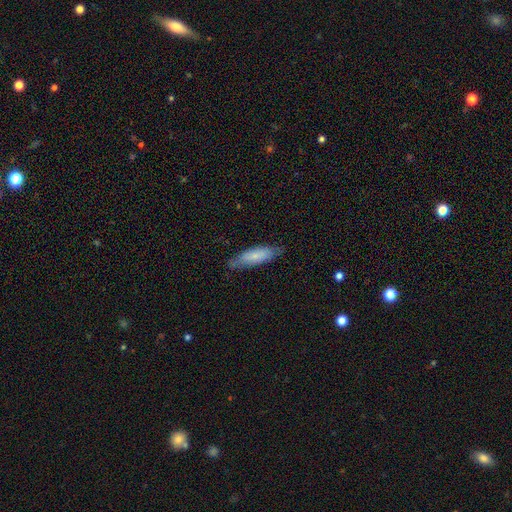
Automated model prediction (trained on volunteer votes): smooth-or-featured: smooth: 69% | featured or disk: 25% | star or artifact: 6%
  how-rounded: cigar-shaped: 55% | in between: 44% | round: 2%
  merging: none: 75% | minor disturbance: 20% | major disturbance: 4% | merger: 1%